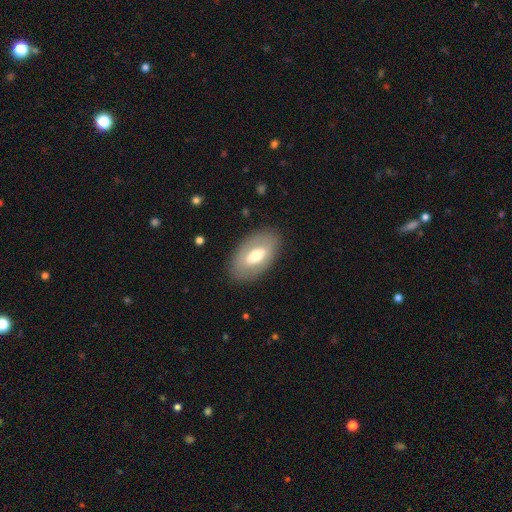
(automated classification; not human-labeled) Smooth or featured?
  - smooth: 55% *
  - featured or disk: 39%
  - star or artifact: 6%
How rounded?
  - in between: 93% *
  - round: 5%
  - cigar-shaped: 2%
Merging?
  - none: 85% *
  - minor disturbance: 10%
  - major disturbance: 4%
  - merger: 1%